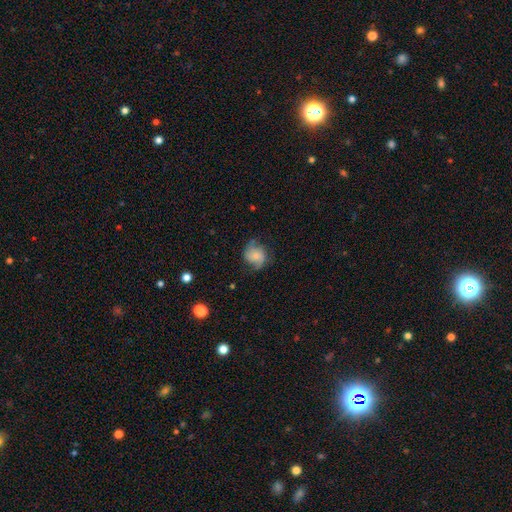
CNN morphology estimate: The model was most divided on "smooth or featured": smooth: 49%, featured or disk: 42%, star or artifact: 9%. More confident: merging — none (62%).